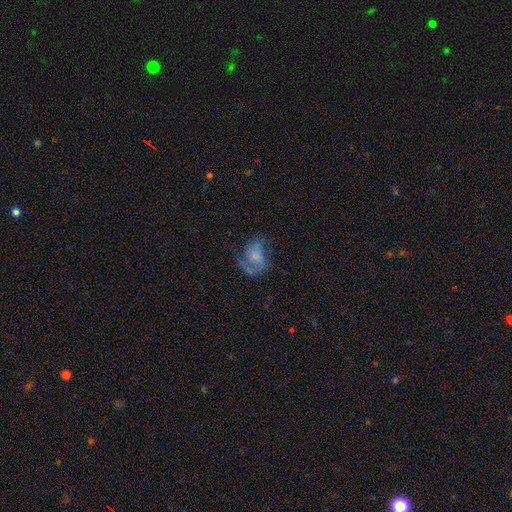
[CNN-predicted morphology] This appears to be a featured or disk galaxy (60%) with no bar (67%), spiral arms (77%) and no central bulge (42%). Merging: none (41%).